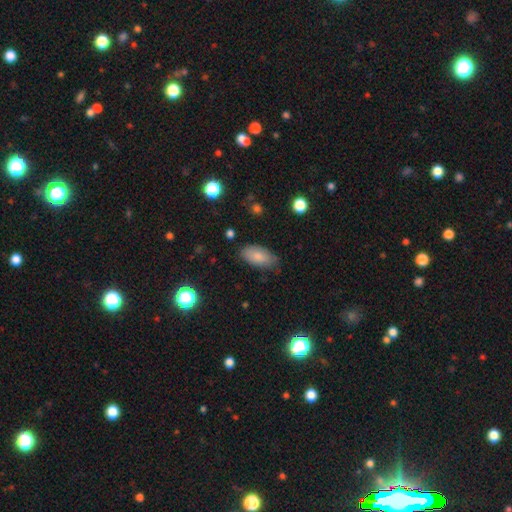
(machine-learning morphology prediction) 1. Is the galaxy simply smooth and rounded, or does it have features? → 83% smooth, 10% featured or disk, 7% star or artifact.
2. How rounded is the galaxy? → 92% in between, 5% cigar-shaped, 3% round.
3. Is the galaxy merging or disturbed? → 77% none, 18% minor disturbance, 4% major disturbance, 2% merger.